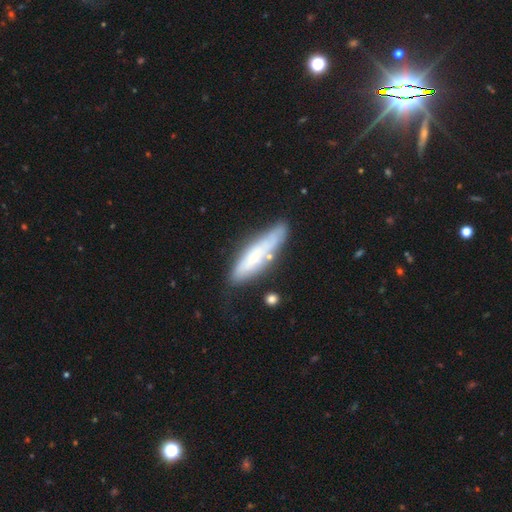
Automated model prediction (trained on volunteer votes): smooth-or-featured: smooth: 60% | featured or disk: 33% | star or artifact: 7%
  how-rounded: cigar-shaped: 74% | in between: 24% | round: 2%
  merging: none: 64% | minor disturbance: 23% | major disturbance: 6% | merger: 6%